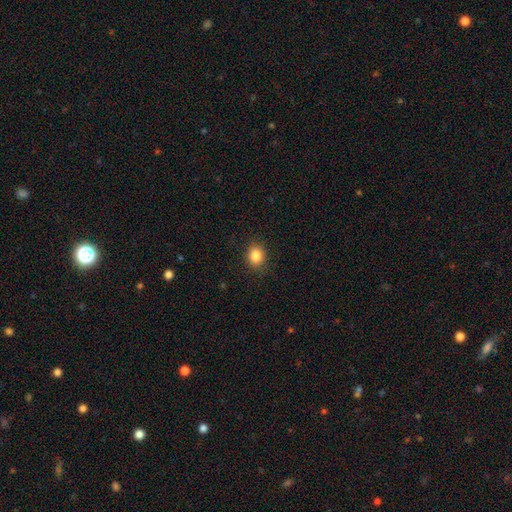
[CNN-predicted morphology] type=smooth (85%); roundness=round (60%); merging=none (88%).